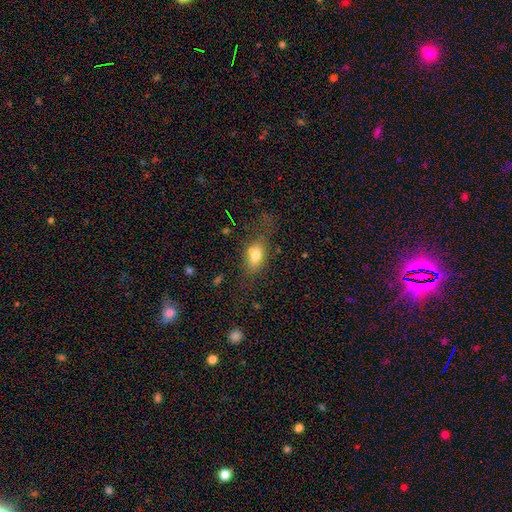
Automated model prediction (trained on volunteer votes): Smooth or featured? smooth (70%)
How rounded? in between (81%)
Merging? none (45%)